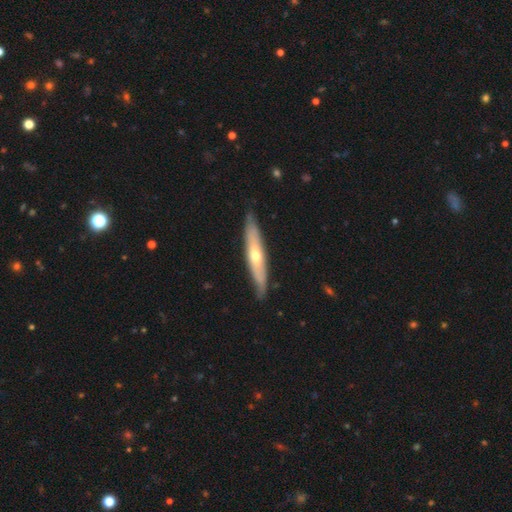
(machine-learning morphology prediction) A featured or disk galaxy (58%) viewed edge-on (79%).

Vote fractions:
- Smooth or featured? featured or disk: 58% / smooth: 36% / star or artifact: 6%
- Edge-on disk? yes: 79% / no: 21%
- Merging? none: 86% / minor disturbance: 11% / major disturbance: 2% / merger: 1%